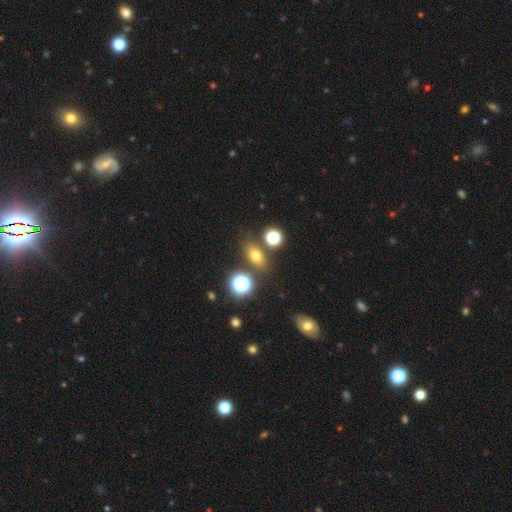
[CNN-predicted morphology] Q: Smooth or featured?
A: smooth (65%); runner-up: star or artifact (21%)
Q: How rounded?
A: in between (68%); runner-up: round (27%)
Q: Merging?
A: none (79%); runner-up: minor disturbance (10%)